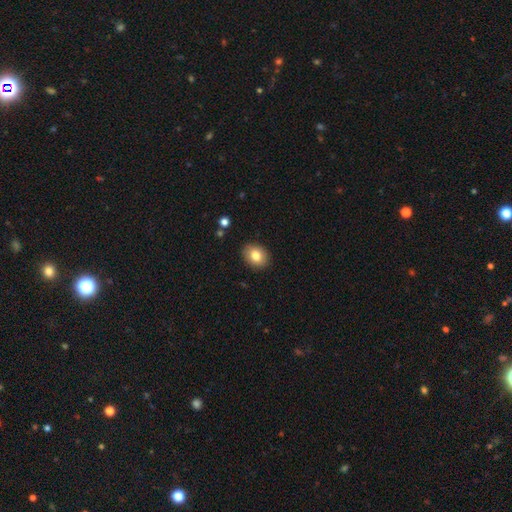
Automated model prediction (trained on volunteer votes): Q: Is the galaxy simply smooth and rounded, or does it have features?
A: smooth — 81%.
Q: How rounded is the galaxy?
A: in between — 60%.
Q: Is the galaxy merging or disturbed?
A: none — 88%.